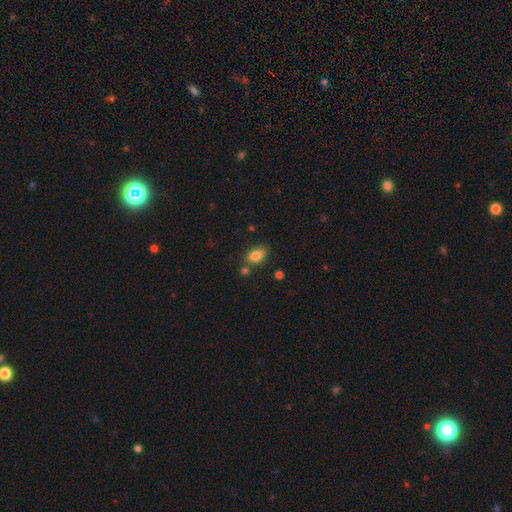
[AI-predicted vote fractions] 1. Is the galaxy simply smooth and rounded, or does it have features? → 84% smooth, 9% star or artifact, 7% featured or disk.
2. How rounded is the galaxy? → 81% in between, 17% round, 2% cigar-shaped.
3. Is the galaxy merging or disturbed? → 67% none, 18% minor disturbance, 11% merger, 4% major disturbance.